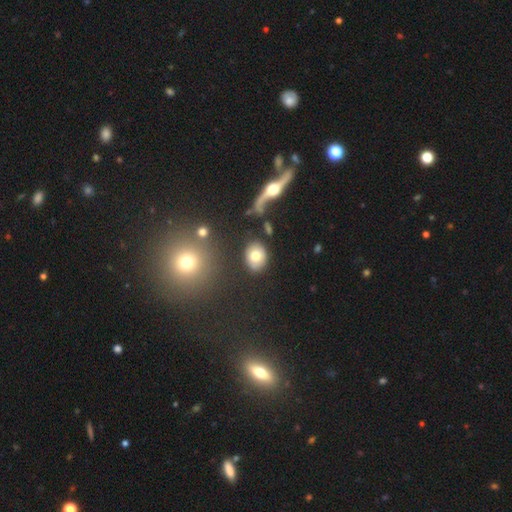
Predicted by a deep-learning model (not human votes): Morphology: type=smooth (73%); roundness=in between (61%); merging=none (83%).